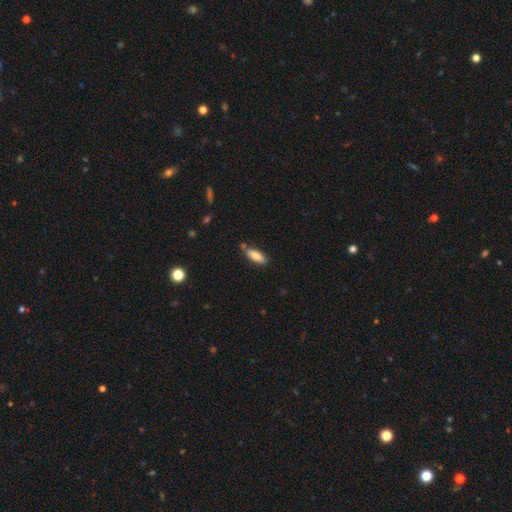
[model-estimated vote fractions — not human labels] Morphology: type=smooth (80%); roundness=in between (65%); merging=none (69%).